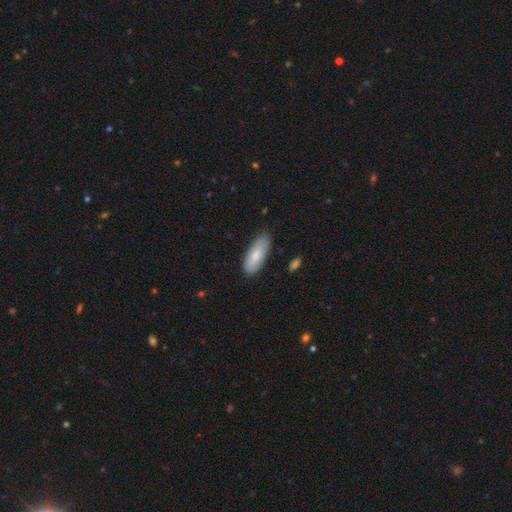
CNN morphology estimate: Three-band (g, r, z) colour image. It shows a smooth galaxy with no disk features (78%) that is in between round and cigar-shaped (76%). Merging: none (79%).